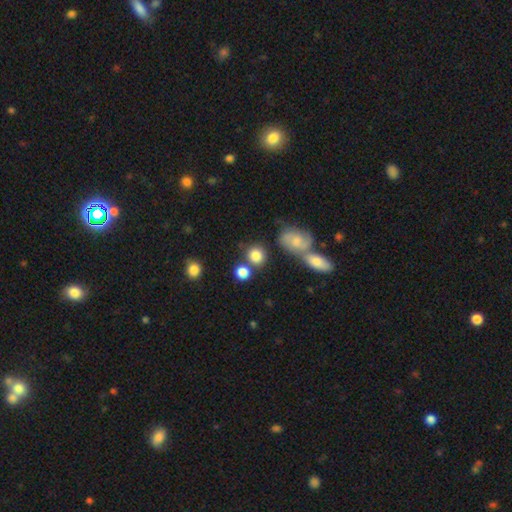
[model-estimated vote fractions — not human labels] smooth-or-featured: smooth: 82% | featured or disk: 10% | star or artifact: 9%
  how-rounded: round: 82% | in between: 16% | cigar-shaped: 1%
  merging: none: 62% | merger: 22% | minor disturbance: 11% | major disturbance: 5%